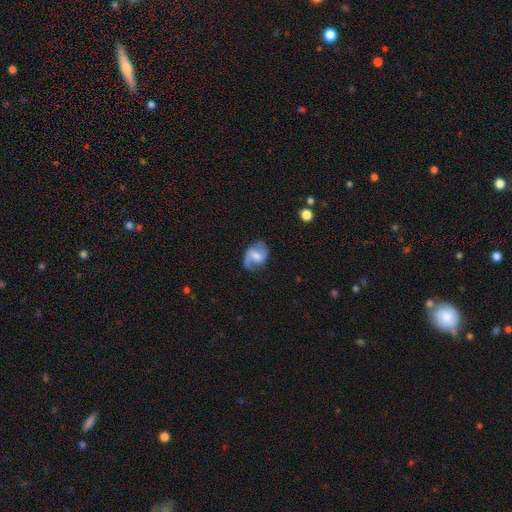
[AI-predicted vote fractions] A featured or disk galaxy (80%) with a weak bar (54%), 2 (86%) medium (48%) spiral arms (95%) and a moderate central bulge (41%).

Vote fractions:
- Smooth or featured? featured or disk: 80% / smooth: 14% / star or artifact: 6%
- Edge-on disk? no: 98% / yes: 2%
- Bar? weak: 54% / no: 24% / strong: 22%
- Spiral arms? yes: 95% / no: 5%
- Spiral winding? medium: 48% / loose: 38% / tight: 14%
- Spiral arm count? 2: 86% / 1: 7% / can't tell: 3% / 3: 1% / 4: 1% / more than 4: 1%
- Bulge size? moderate: 41% / small: 27% / none: 18% / large: 12% / dominant: 2%
- Merging? none: 74% / minor disturbance: 17% / major disturbance: 7% / merger: 2%